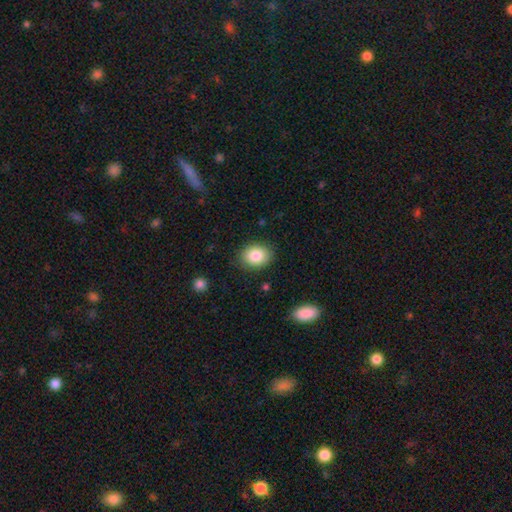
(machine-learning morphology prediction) This is clearly a smooth galaxy (84%). How rounded: possibly in between (54%). Merging: clearly none (86%).